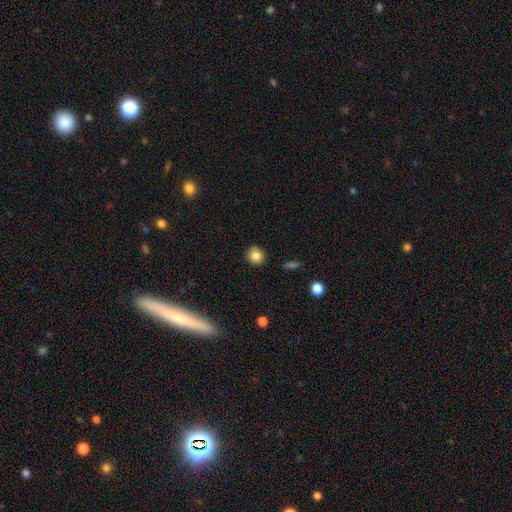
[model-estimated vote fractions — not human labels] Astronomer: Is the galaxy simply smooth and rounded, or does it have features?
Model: smooth — 83%.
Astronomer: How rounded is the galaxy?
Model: round — 87%.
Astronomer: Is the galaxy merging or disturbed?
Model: none — 89%.